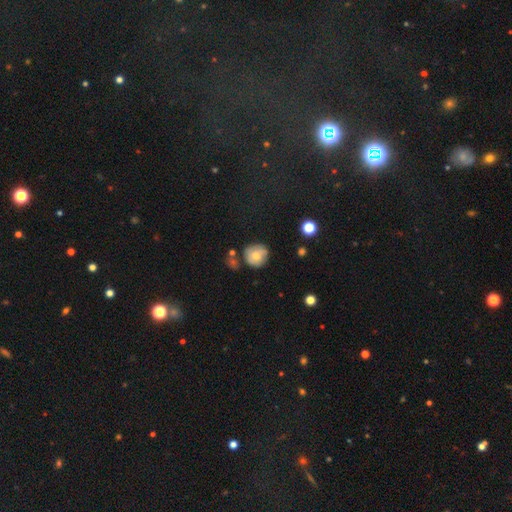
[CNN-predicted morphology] smooth 64%, featured or disk 27%, star or artifact 9%. Down the decision tree: how rounded — round (85%); merging — none (64%).